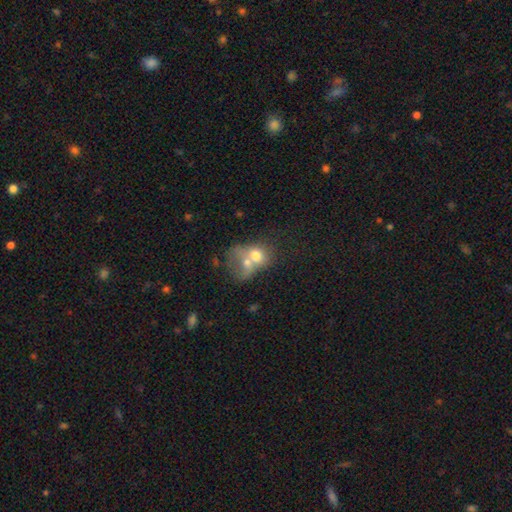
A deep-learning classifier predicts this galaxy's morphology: Overall: smooth (62%; featured or disk 28%). How rounded: round (50%; in between 49%). Merging: merger (74%).